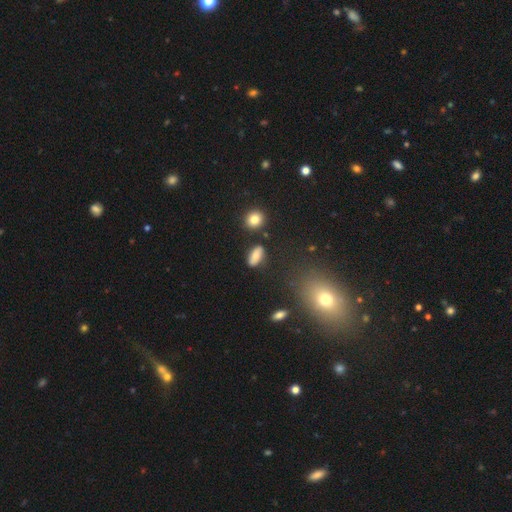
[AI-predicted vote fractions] A smooth galaxy with no disk features (77%) that is in between round and cigar-shaped (82%). Merging: none (81%).